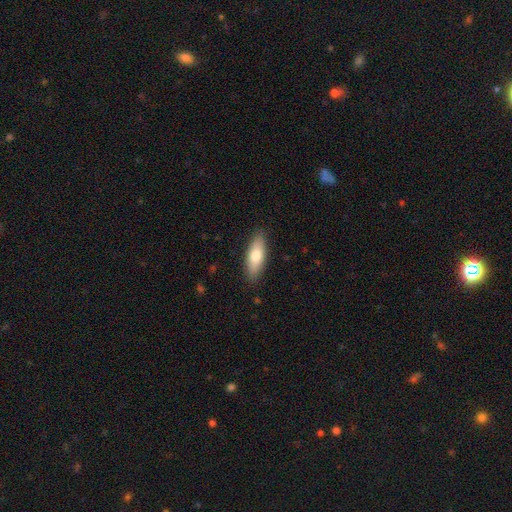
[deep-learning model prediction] Smooth or featured? smooth (74%)
How rounded? in between (60%)
Merging? none (87%)